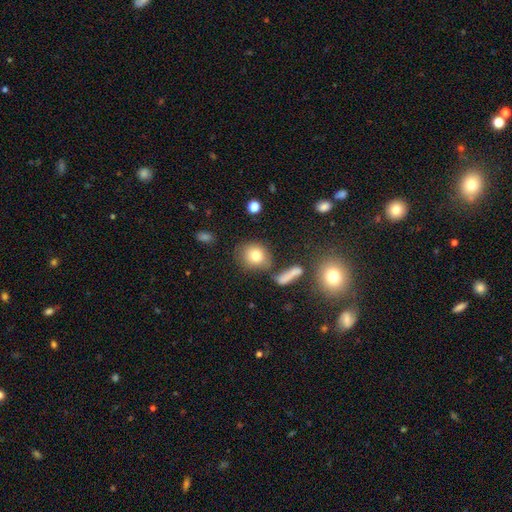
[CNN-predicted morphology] Smooth or featured? Predicted: smooth (p=0.77). How rounded? Predicted: round (p=0.74). Merging? Predicted: none (p=0.66).